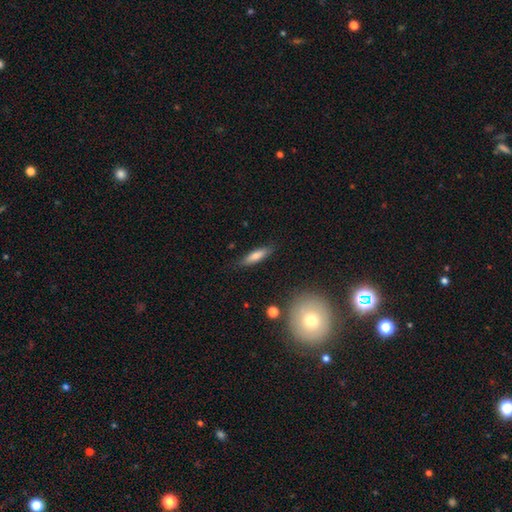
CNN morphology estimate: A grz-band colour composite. It shows a smooth galaxy with no disk features (70%) that is cigar-shaped (72%). Merging: none (84%).